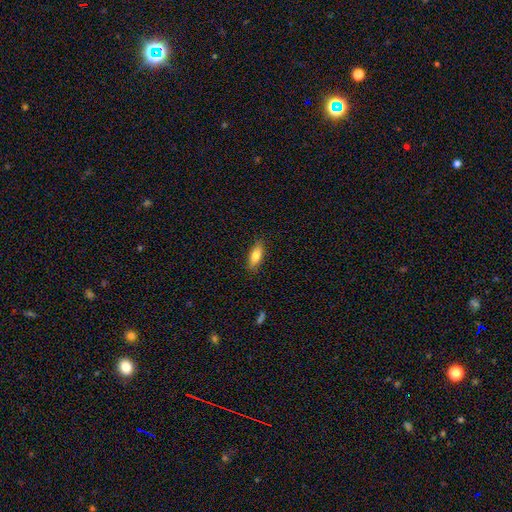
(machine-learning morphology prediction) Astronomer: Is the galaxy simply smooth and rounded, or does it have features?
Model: smooth — 80%.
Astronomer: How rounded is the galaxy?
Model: in between — 74%.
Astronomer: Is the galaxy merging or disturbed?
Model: none — 85%.